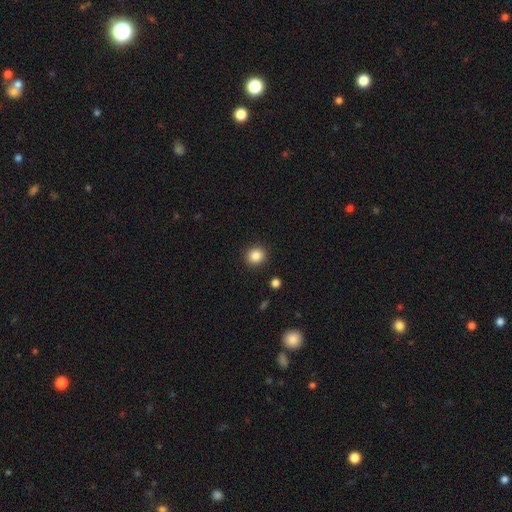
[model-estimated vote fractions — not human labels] This is clearly a smooth galaxy (86%). How rounded: clearly round (87%). Merging: clearly none (91%).